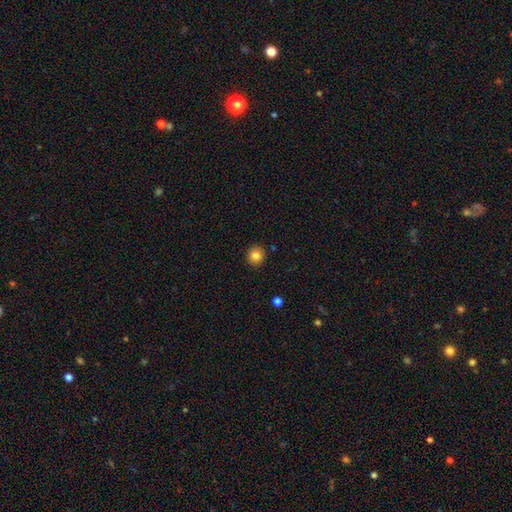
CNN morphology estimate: This is clearly a smooth galaxy (83%). How rounded: clearly round (89%). Merging: clearly none (91%).